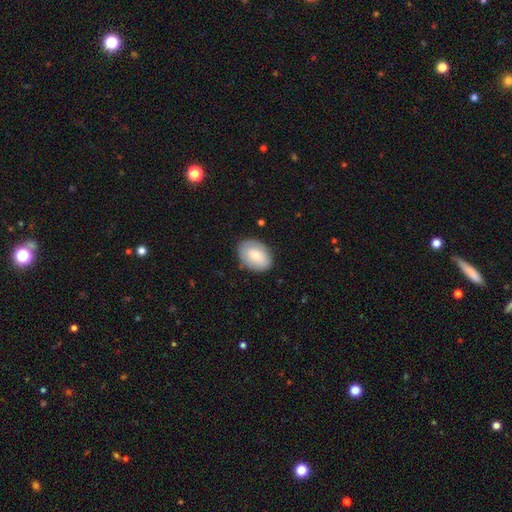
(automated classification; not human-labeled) Smooth or featured? smooth (65%)
How rounded? in between (78%)
Merging? none (79%)